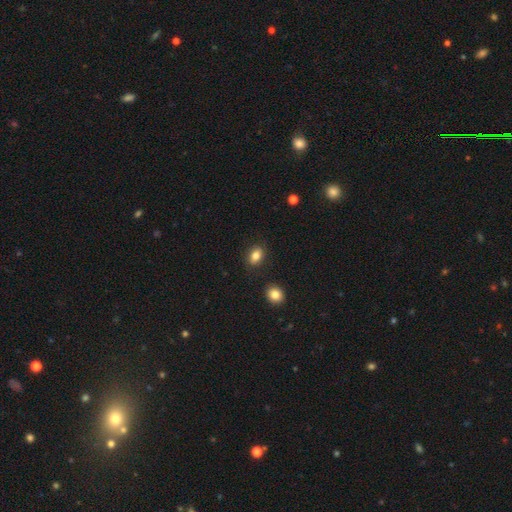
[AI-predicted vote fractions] Smooth or featured?
  - smooth: 84% *
  - star or artifact: 9%
  - featured or disk: 7%
How rounded?
  - in between: 75% *
  - round: 23%
  - cigar-shaped: 1%
Merging?
  - none: 86% *
  - minor disturbance: 9%
  - merger: 3%
  - major disturbance: 2%